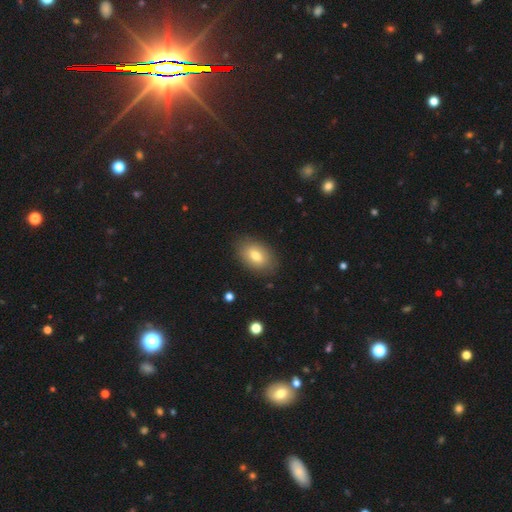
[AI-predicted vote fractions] This is likely a smooth galaxy (76%). How rounded: clearly in between (87%). Merging: clearly none (85%).